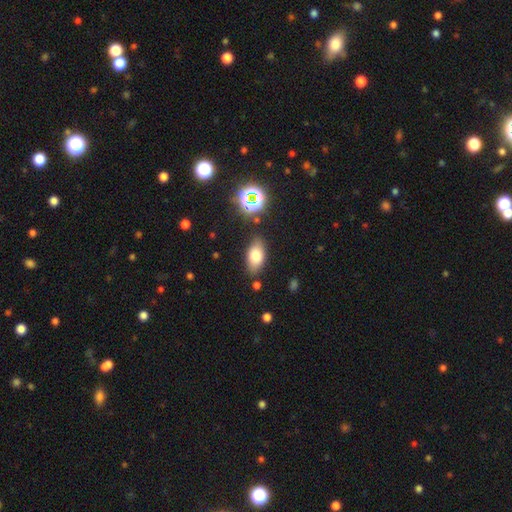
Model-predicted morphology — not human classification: Smooth or featured: smooth — 75% (featured or disk — 14%)
How rounded: in between — 89% (round — 7%)
Merging: none — 81% (minor disturbance — 13%)